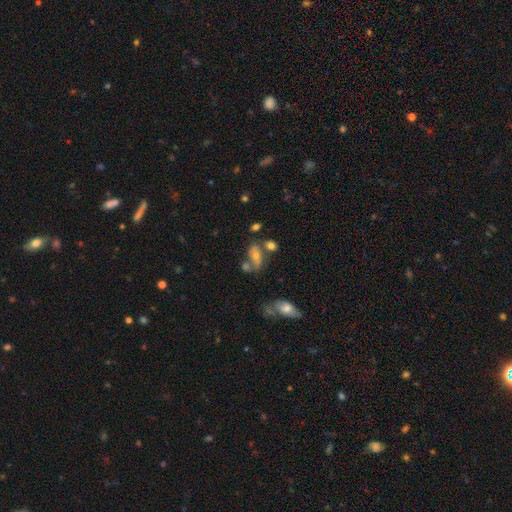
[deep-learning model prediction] smooth-or-featured: smooth: 51% | featured or disk: 37% | star or artifact: 12%
  how-rounded: in between: 83% | round: 10% | cigar-shaped: 7%
  merging: none: 42% | merger: 27% | minor disturbance: 19% | major disturbance: 11%